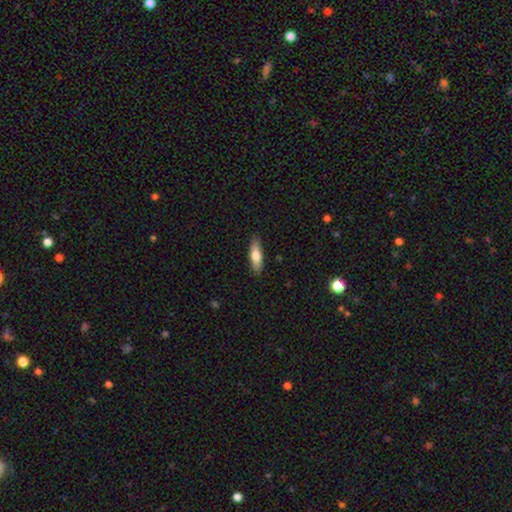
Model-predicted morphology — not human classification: A smooth galaxy with no disk features (71%) that is cigar-shaped (53%). Merging: none (88%).